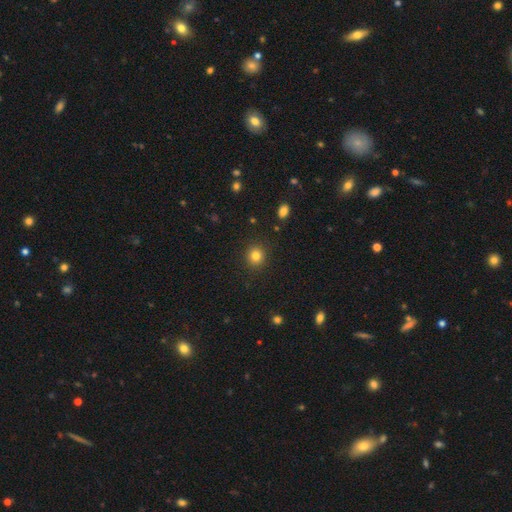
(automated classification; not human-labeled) smooth 82%, star or artifact 12%, featured or disk 6%. Down the decision tree: how rounded — round (88%); merging — none (90%).